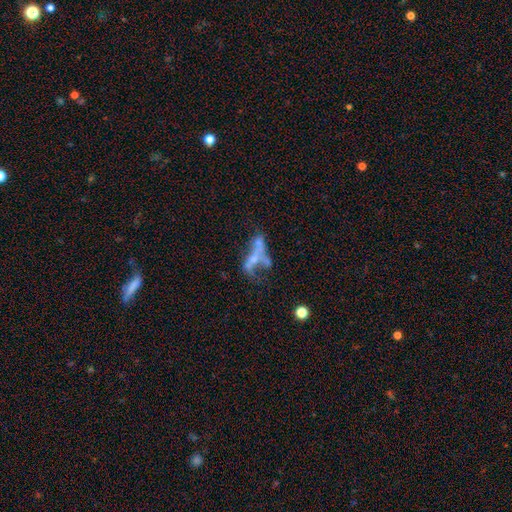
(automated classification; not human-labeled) Smooth or featured? featured or disk (57%)
Edge-on disk? no (90%)
Bar? no (84%)
Spiral arms? no (87%)
Bulge size? none (53%)
Merging? merger (38%)